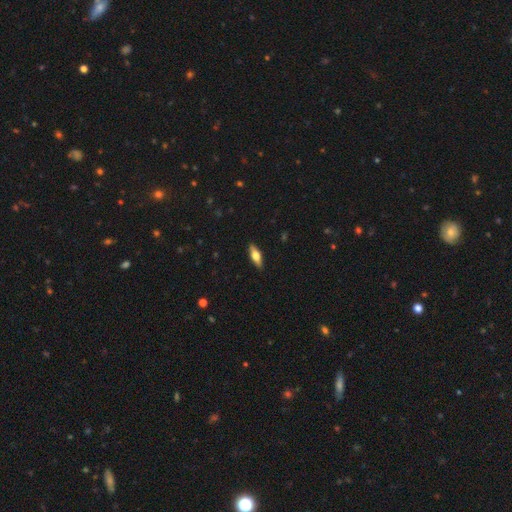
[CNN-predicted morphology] Smooth or featured? smooth (57%)
How rounded? in between (62%)
Merging? none (88%)